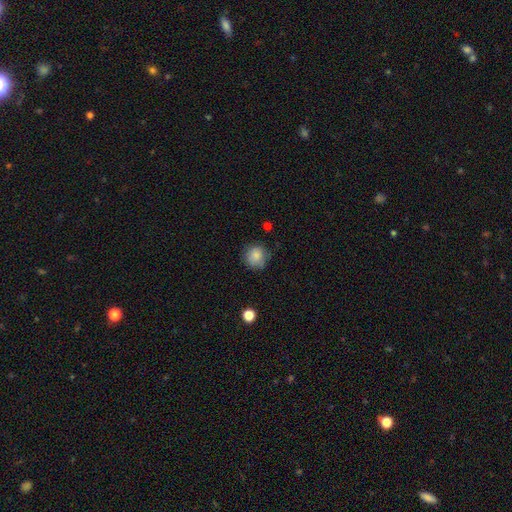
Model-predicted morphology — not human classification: Overall: smooth (85%). How rounded: round (90%). Merging: none (76%).